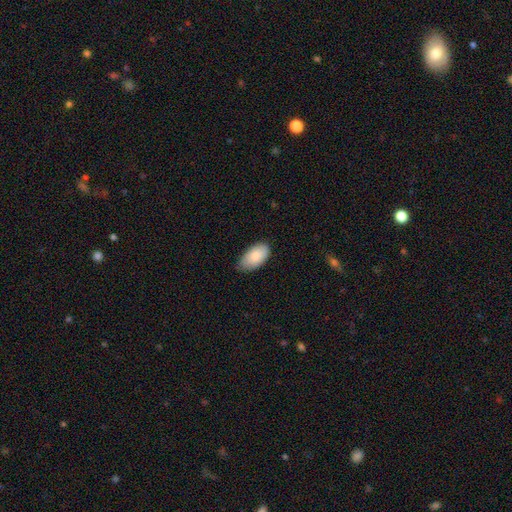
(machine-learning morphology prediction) The model was most divided on "merging": none: 70%, minor disturbance: 26%, major disturbance: 3%, merger: 1%. More confident: how rounded — in between (95%); smooth or featured — smooth (84%).